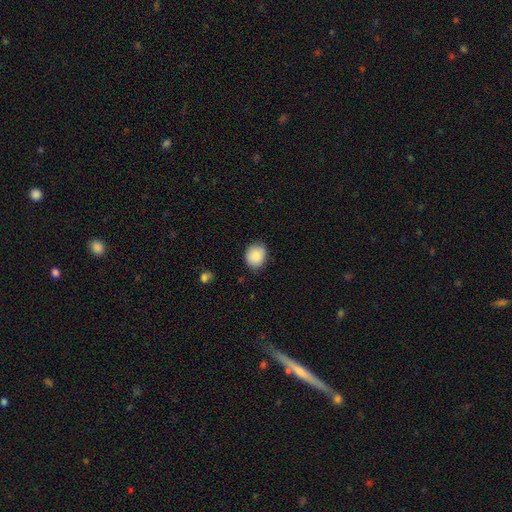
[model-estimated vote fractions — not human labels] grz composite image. It shows a smooth galaxy with no disk features (86%) that is round (65%). Merging: none (81%).